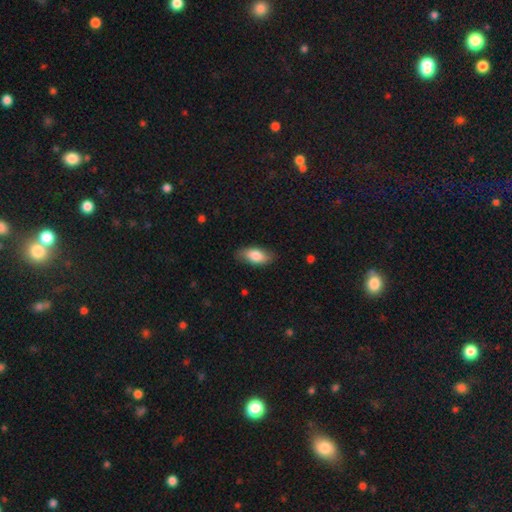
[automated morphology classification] smooth 80%, featured or disk 14%, star or artifact 6%. Down the decision tree: how rounded — in between (87%); merging — none (83%).